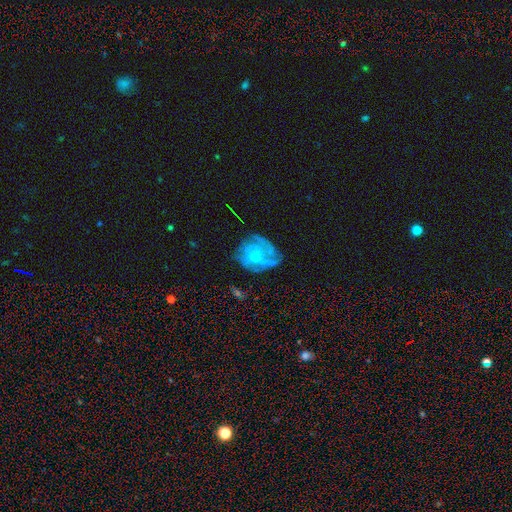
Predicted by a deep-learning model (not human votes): Smooth or featured? featured or disk (64%)
Edge-on disk? no (98%)
Bar? no (71%)
Spiral arms? yes (74%)
Bulge size? small (37%)
Merging? none (51%)